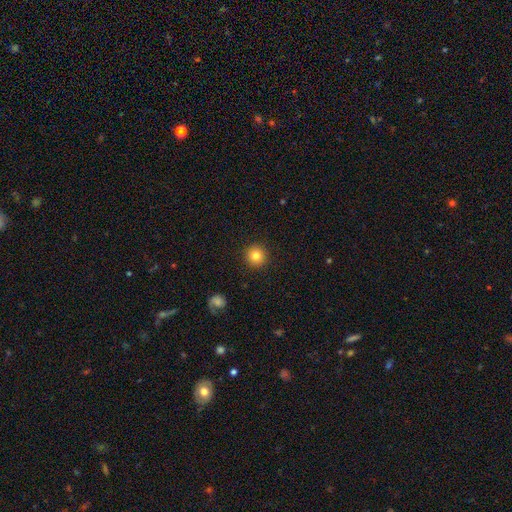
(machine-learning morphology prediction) Smooth or featured: smooth — 82% (star or artifact — 11%)
How rounded: round — 95% (in between — 5%)
Merging: none — 92% (minor disturbance — 5%)